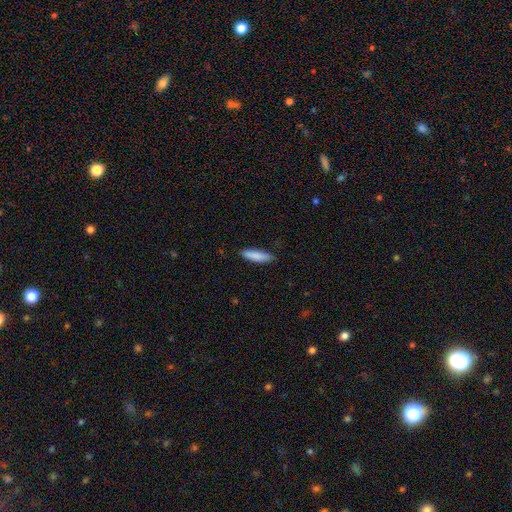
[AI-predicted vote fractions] This appears to be a smooth galaxy with no disk features (86%) that is cigar-shaped (68%). Merging: none (84%).